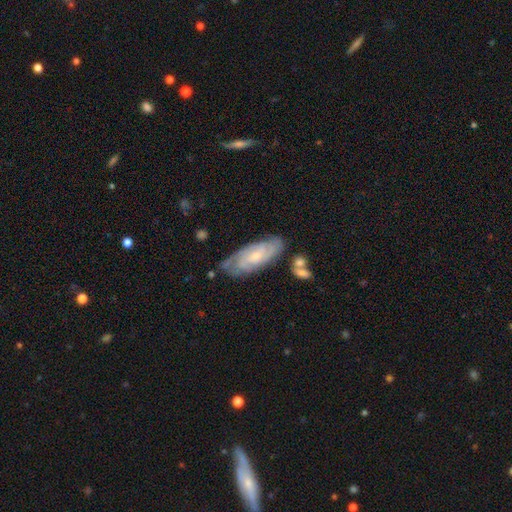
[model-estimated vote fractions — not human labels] The model was most divided on "spiral arm count": can't tell: 40%, 2: 23%, 3: 18%, 4: 11%, more than 4: 4%, 1: 4%. More confident: spiral arms — yes (92%); edge-on disk — no (91%); smooth or featured — featured or disk (72%); merging — none (68%); bar — no (67%); bulge size — small (64%); spiral winding — tight (61%).